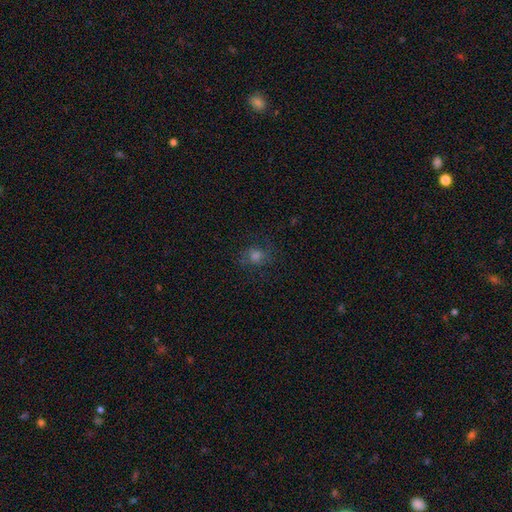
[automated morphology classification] This is marginally a smooth galaxy (43%). Merging: likely none (74%).